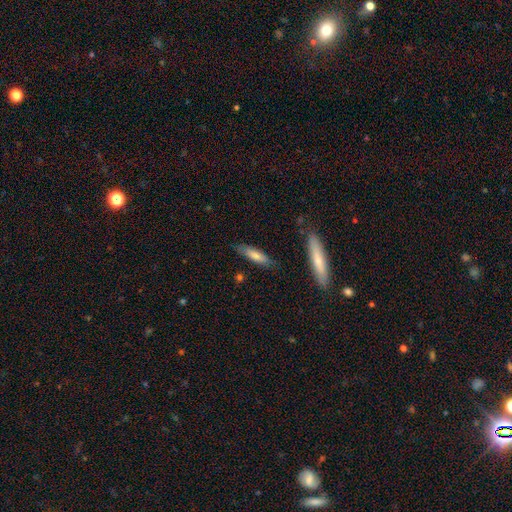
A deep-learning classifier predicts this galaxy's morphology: Smooth or featured? Predicted: smooth (p=0.71). How rounded? Predicted: cigar-shaped (p=0.70). Merging? Predicted: none (p=0.80).